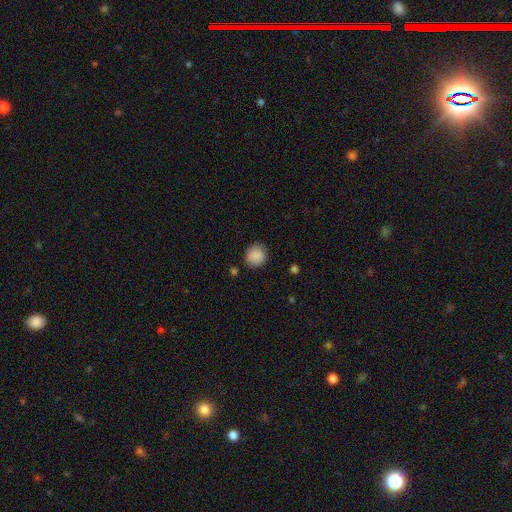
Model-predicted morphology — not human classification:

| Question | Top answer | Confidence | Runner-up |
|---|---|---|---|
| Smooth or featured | smooth | 88% | star or artifact (8%) |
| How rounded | round | 86% | in between (13%) |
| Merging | none | 86% | minor disturbance (10%) |